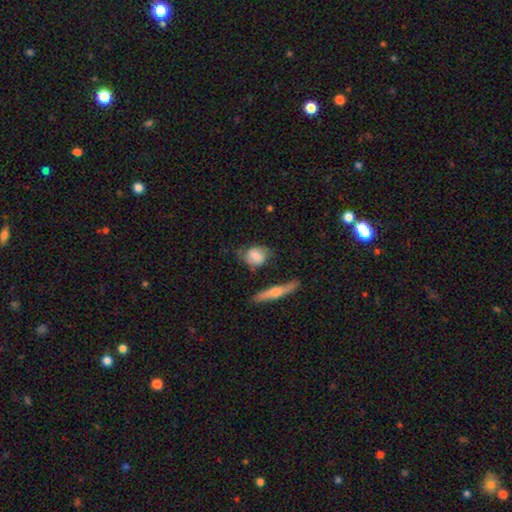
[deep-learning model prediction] A smooth galaxy with no disk features (62%) that is round (48%). Merging: none (57%).